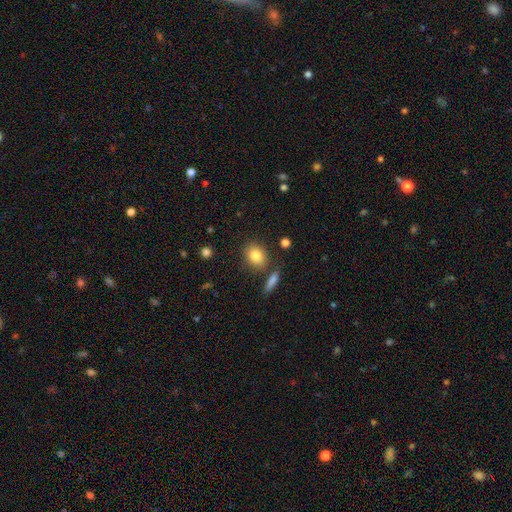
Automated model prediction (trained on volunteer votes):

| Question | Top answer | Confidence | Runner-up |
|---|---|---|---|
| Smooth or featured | smooth | 82% | star or artifact (9%) |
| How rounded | round | 53% | in between (44%) |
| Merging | none | 79% | minor disturbance (10%) |